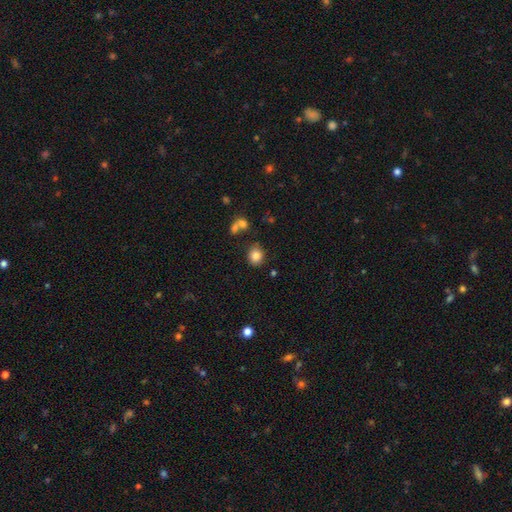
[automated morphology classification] The model was most divided on "how rounded": round: 72%, in between: 27%, cigar-shaped: 1%. More confident: smooth or featured — smooth (83%); merging — none (79%).